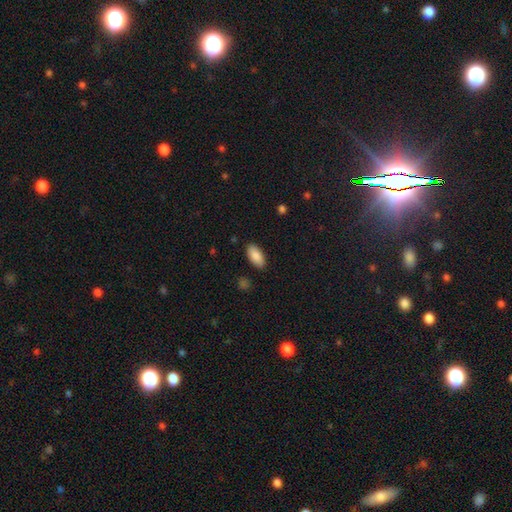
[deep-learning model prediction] Overall: smooth (89%). How rounded: in between (91%). Merging: none (88%).